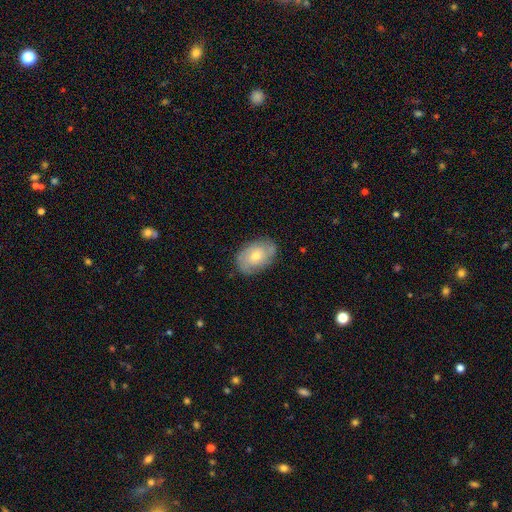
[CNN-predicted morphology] The model was most divided on "smooth or featured": featured or disk: 50%, smooth: 42%, star or artifact: 8%. More confident: merging — none (79%).